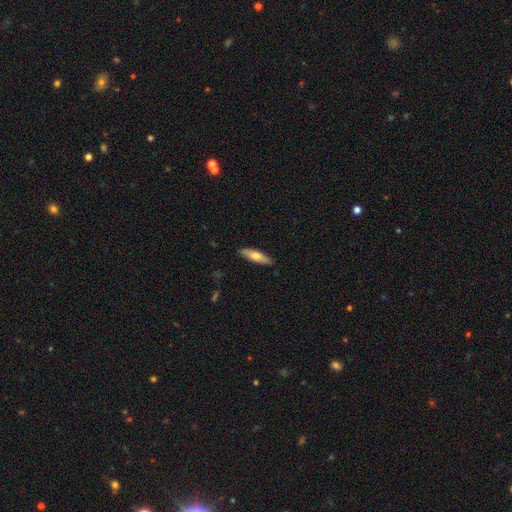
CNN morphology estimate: This is likely a smooth galaxy (63%). How rounded: likely cigar-shaped (61%). Merging: clearly none (86%).